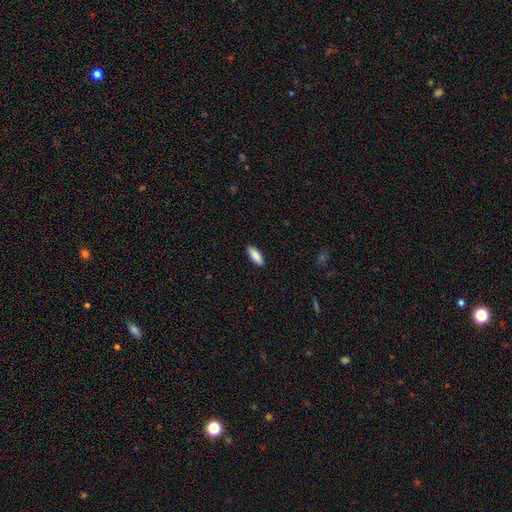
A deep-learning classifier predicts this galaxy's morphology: Smooth or featured: smooth — 89% (star or artifact — 6%)
How rounded: in between — 68% (cigar-shaped — 31%)
Merging: none — 90% (minor disturbance — 7%)